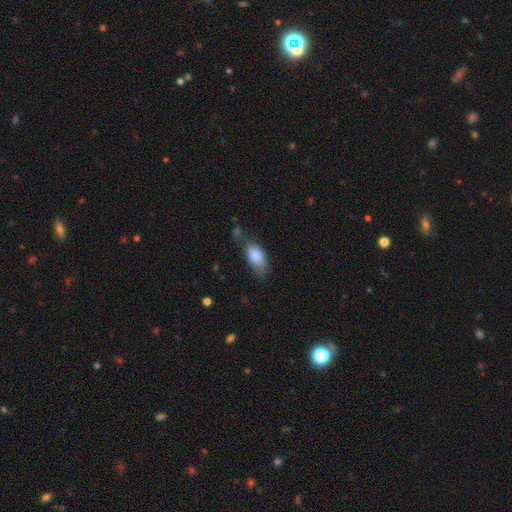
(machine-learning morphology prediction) This is clearly a smooth galaxy (85%). How rounded: clearly in between (90%). Merging: possibly none (55%).